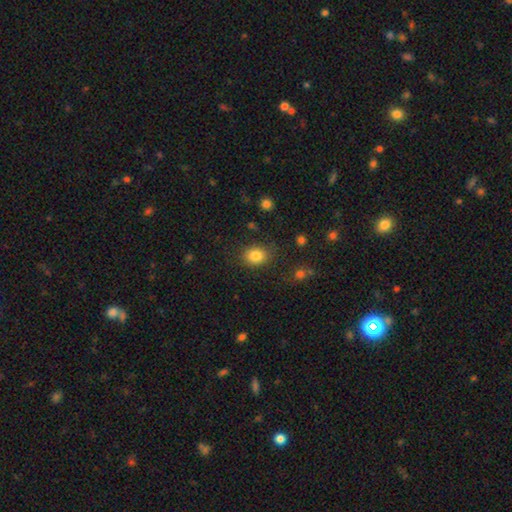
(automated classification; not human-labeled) This appears to be a smooth galaxy with no disk features (83%) that is round (50%). Merging: none (81%).